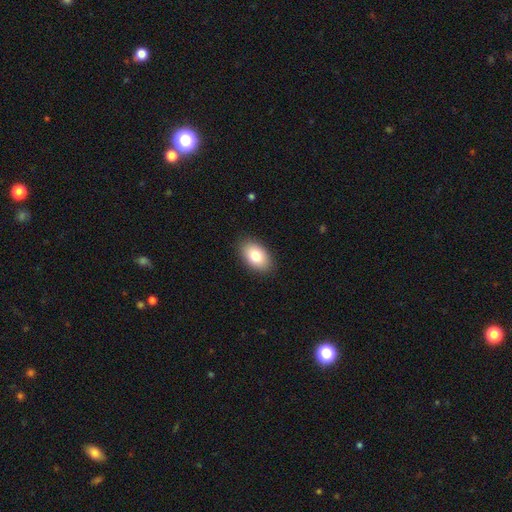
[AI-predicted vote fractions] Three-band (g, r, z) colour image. It shows a smooth galaxy with no disk features (81%) that is in between round and cigar-shaped (92%). Merging: none (88%).